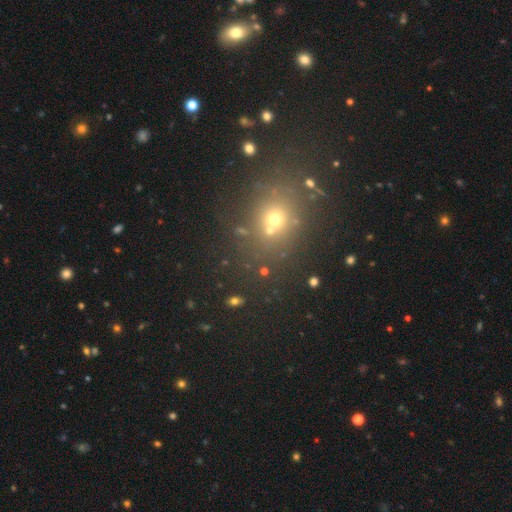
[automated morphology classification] A smooth galaxy with no disk features (54%) that is round (52%).

Vote fractions:
- Smooth or featured? smooth: 54% / star or artifact: 36% / featured or disk: 11%
- How rounded? round: 52% / in between: 46% / cigar-shaped: 2%
- Merging? none: 84% / minor disturbance: 9% / major disturbance: 4% / merger: 3%